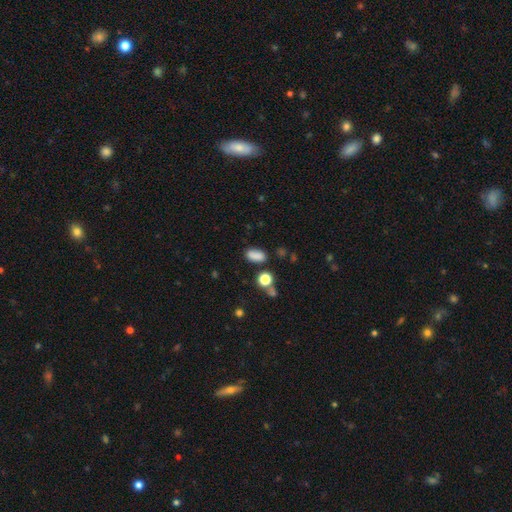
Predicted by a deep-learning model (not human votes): Q: Smooth or featured?
A: smooth (81%); runner-up: star or artifact (13%)
Q: How rounded?
A: in between (85%); runner-up: round (9%)
Q: Merging?
A: none (70%); runner-up: minor disturbance (16%)